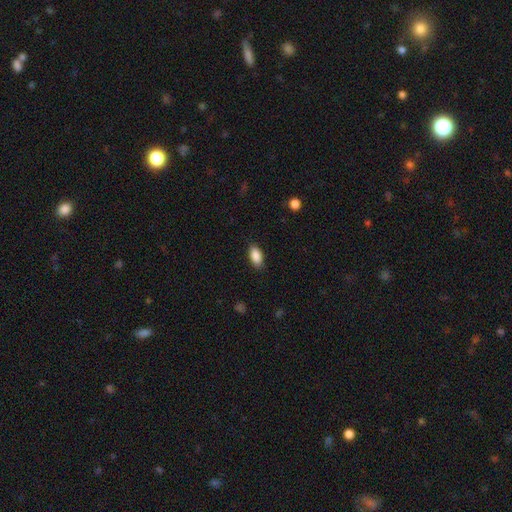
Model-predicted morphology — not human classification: Smooth or featured? smooth (89%)
How rounded? in between (92%)
Merging? none (87%)